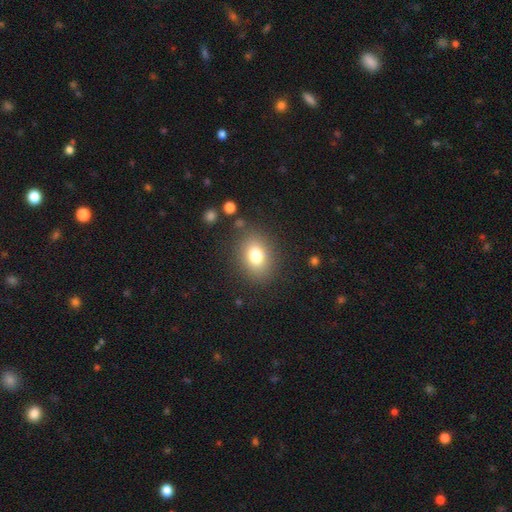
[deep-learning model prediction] The model was most divided on "how rounded": in between: 59%, round: 40%, cigar-shaped: 1%. More confident: merging — none (83%); smooth or featured — smooth (77%).